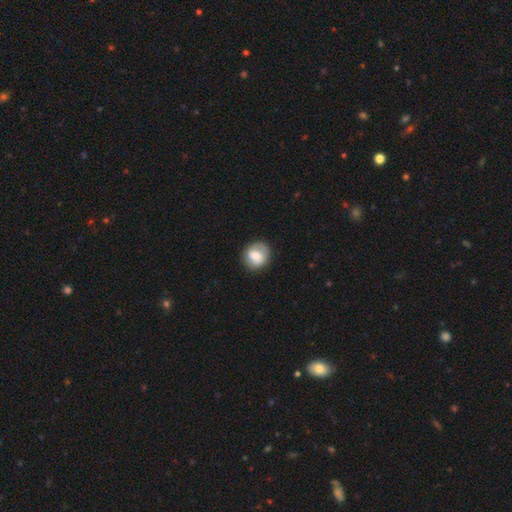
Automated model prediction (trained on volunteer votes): This appears to be a smooth galaxy with no disk features (69%) that is round (80%). Merging: none (81%).